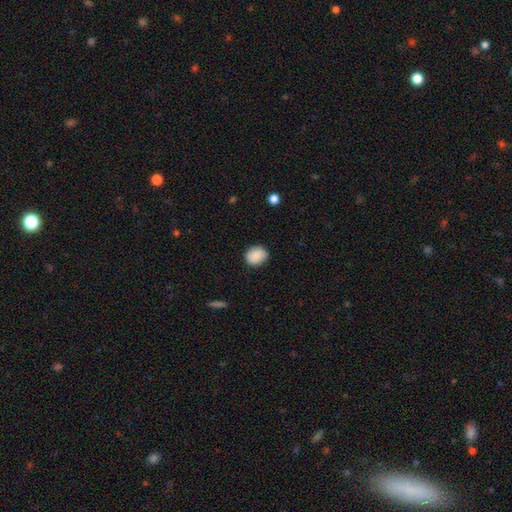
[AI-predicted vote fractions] The model was most divided on "how rounded": round: 64%, in between: 36%, cigar-shaped: 1%. More confident: smooth or featured — smooth (87%); merging — none (86%).